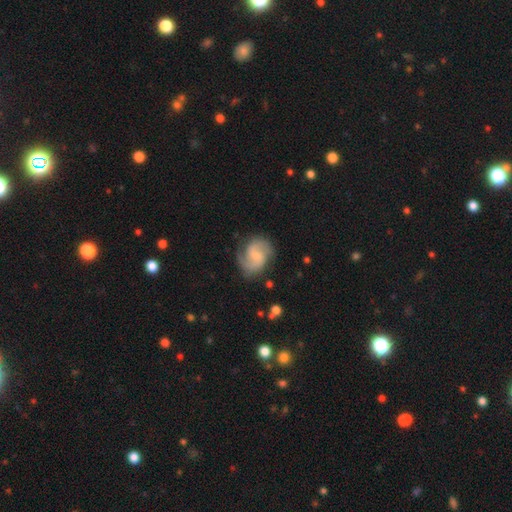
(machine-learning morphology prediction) Smooth or featured? Predicted: featured or disk (p=0.80). Edge-on disk? Predicted: no (p=0.98). Bar? Predicted: weak (p=0.49). Spiral arms? Predicted: yes (p=0.96). Spiral winding? Predicted: medium (p=0.53). Spiral arm count? Predicted: 2 (p=0.86). Bulge size? Predicted: small (p=0.59). Merging? Predicted: none (p=0.75).